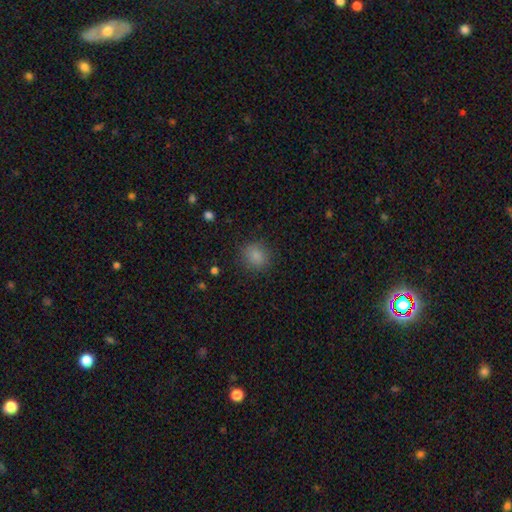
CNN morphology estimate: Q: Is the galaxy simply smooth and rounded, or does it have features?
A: smooth — 83%.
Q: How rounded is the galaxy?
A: round — 80%.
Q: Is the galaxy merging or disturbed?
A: none — 85%.